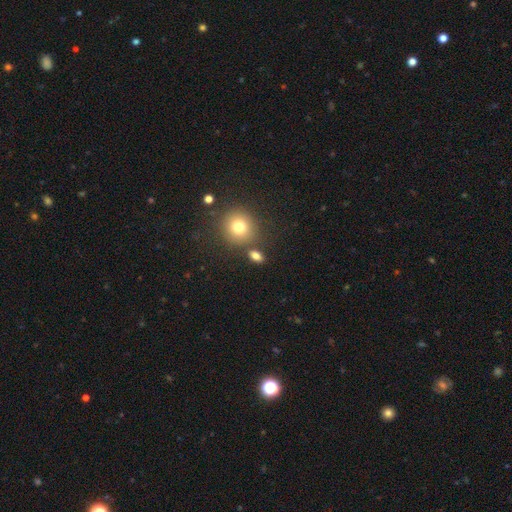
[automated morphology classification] The model was most divided on "how rounded": in between: 66%, round: 30%, cigar-shaped: 5%. More confident: smooth or featured — smooth (79%); merging — none (76%).